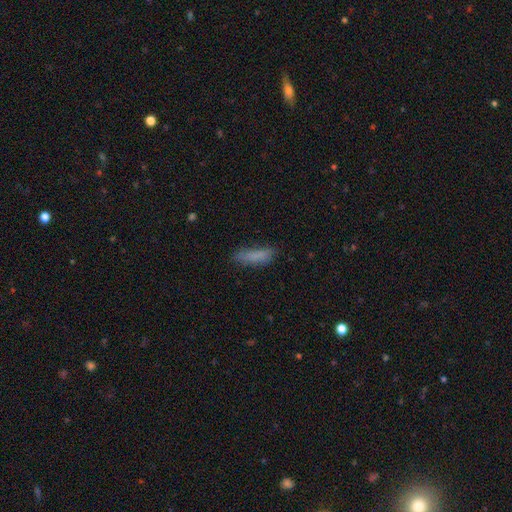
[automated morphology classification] This is clearly a smooth galaxy (80%). How rounded: likely cigar-shaped (62%). Merging: likely none (69%).